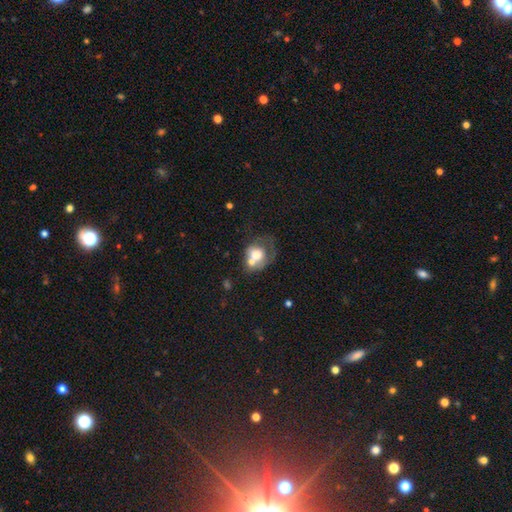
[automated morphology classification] smooth-or-featured: smooth: 56% | featured or disk: 35% | star or artifact: 9%
  how-rounded: round: 52% | in between: 47% | cigar-shaped: 1%
  merging: merger: 47% | none: 20% | major disturbance: 19% | minor disturbance: 14%